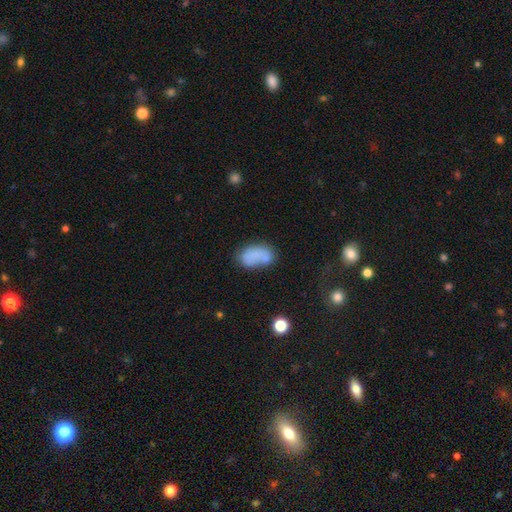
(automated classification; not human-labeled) The model was most divided on "merging": none: 46%, minor disturbance: 24%, merger: 17%, major disturbance: 13%. More confident: how rounded — in between (92%); smooth or featured — smooth (74%).